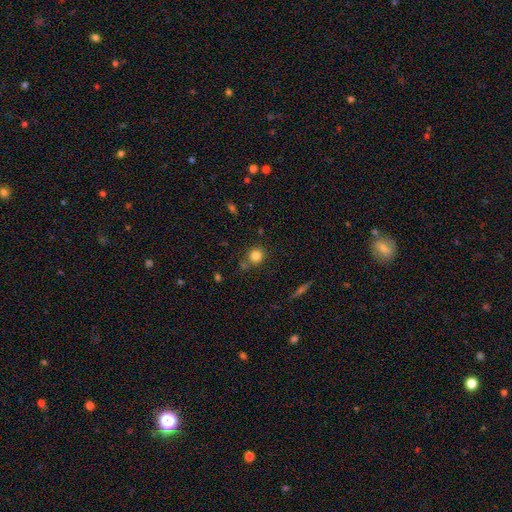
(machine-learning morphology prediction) A smooth galaxy with no disk features (82%) that is round (88%).

Vote fractions:
- Smooth or featured? smooth: 82% / star or artifact: 11% / featured or disk: 6%
- How rounded? round: 88% / in between: 10% / cigar-shaped: 1%
- Merging? none: 77% / minor disturbance: 10% / merger: 10% / major disturbance: 3%